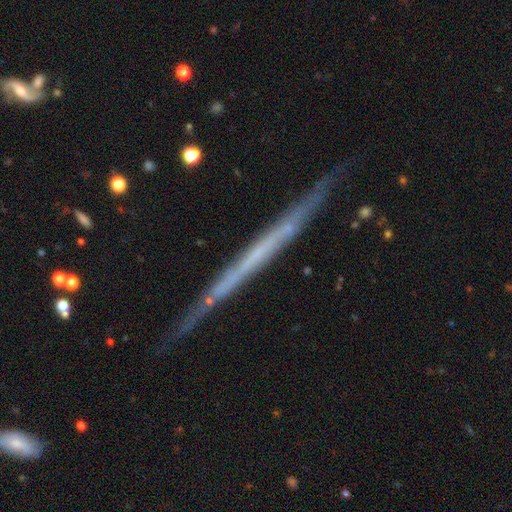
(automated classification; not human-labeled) This appears to be a featured or disk galaxy (68%) viewed edge-on (97%) with no central bulge (91%). Merging: none (87%).